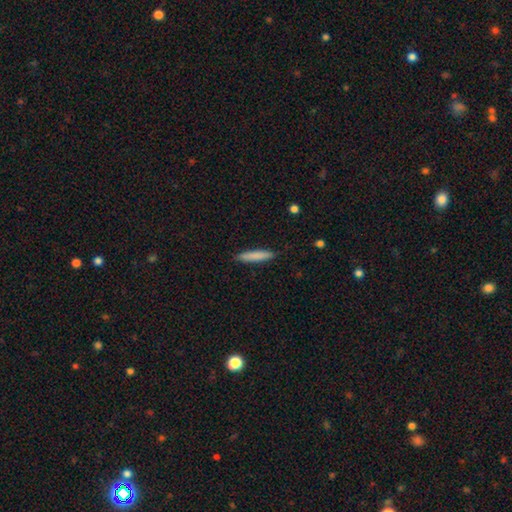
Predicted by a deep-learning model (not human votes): This appears to be a smooth galaxy with no disk features (81%) that is cigar-shaped (90%). Merging: none (89%).